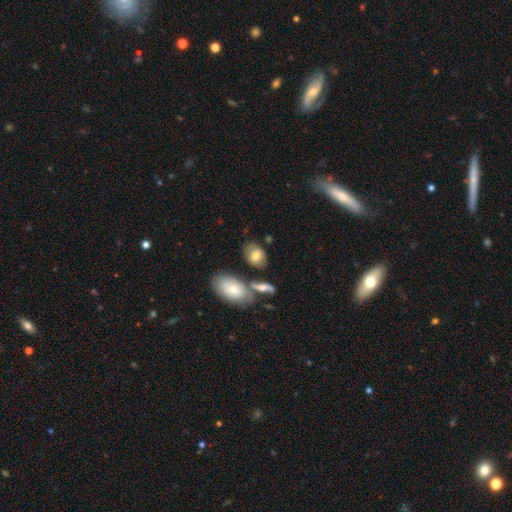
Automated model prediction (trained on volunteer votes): smooth-or-featured: smooth: 70% | featured or disk: 22% | star or artifact: 8%
  how-rounded: in between: 81% | round: 17% | cigar-shaped: 2%
  merging: none: 59% | merger: 18% | minor disturbance: 17% | major disturbance: 6%